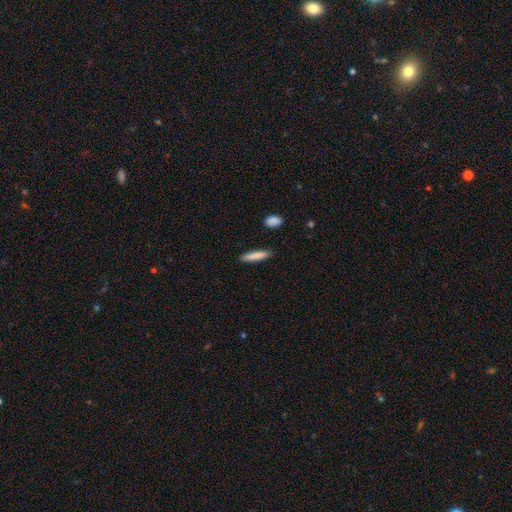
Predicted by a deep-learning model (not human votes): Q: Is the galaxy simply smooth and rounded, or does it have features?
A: smooth — 83%.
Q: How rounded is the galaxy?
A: cigar-shaped — 84%.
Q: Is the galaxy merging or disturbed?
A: none — 88%.